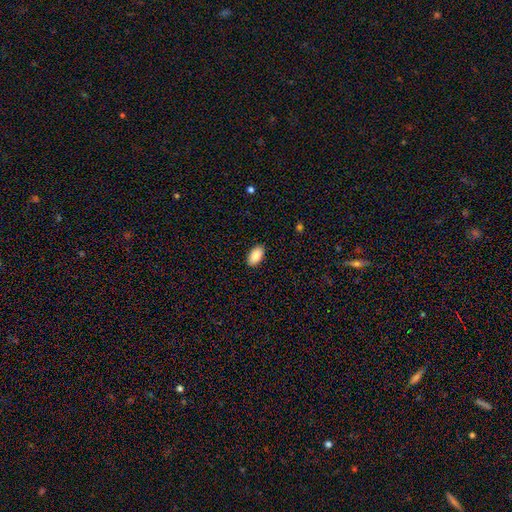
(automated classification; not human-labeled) Smooth or featured?
  - smooth: 88% *
  - star or artifact: 7%
  - featured or disk: 5%
How rounded?
  - in between: 95% *
  - round: 3%
  - cigar-shaped: 2%
Merging?
  - none: 89% *
  - minor disturbance: 8%
  - major disturbance: 2%
  - merger: 1%